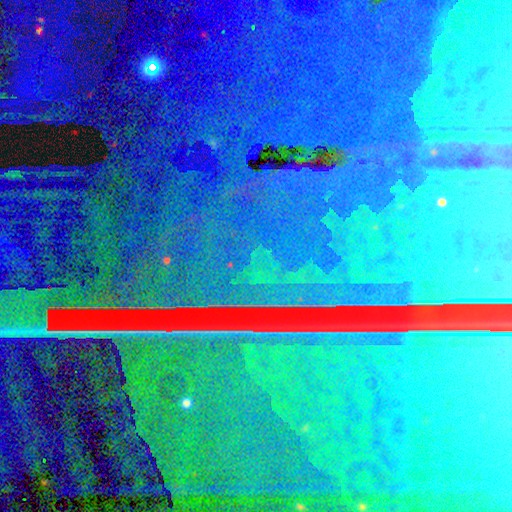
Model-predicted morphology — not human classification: smooth-or-featured: star or artifact: 87% | featured or disk: 8% | smooth: 5%